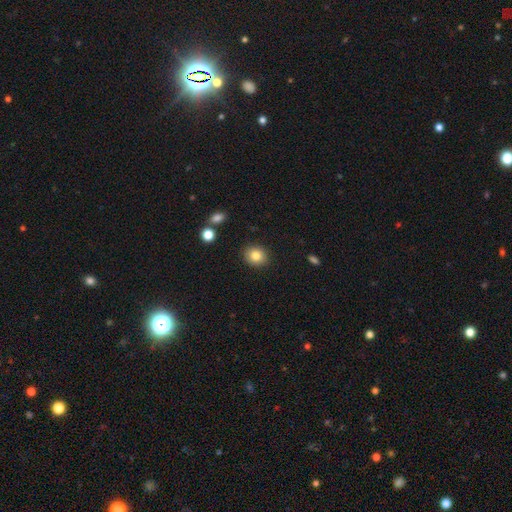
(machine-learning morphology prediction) This appears to be a smooth galaxy with no disk features (83%) that is round (72%). Merging: none (89%).